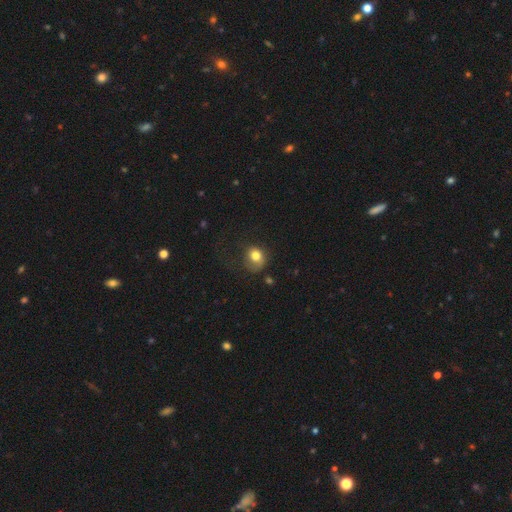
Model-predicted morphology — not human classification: This appears to be a smooth galaxy with no disk features (77%) that is round (64%). Merging: none (47%).